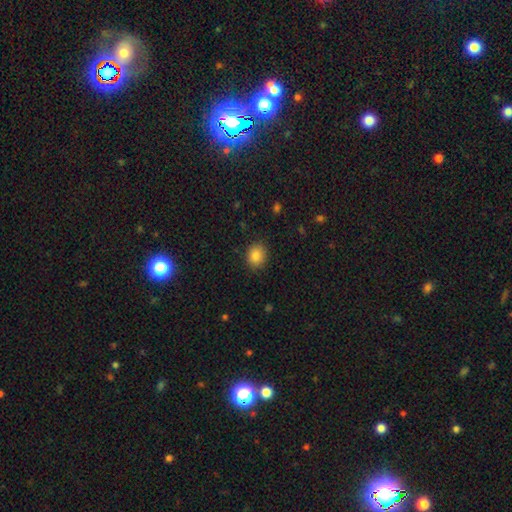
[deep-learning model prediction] Morphology: type=smooth (86%); roundness=round (67%); merging=none (88%).